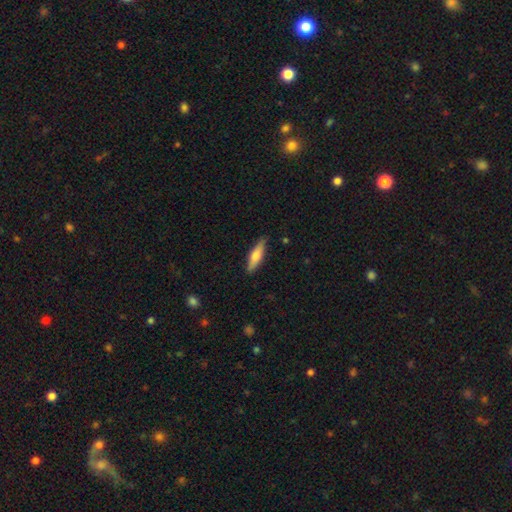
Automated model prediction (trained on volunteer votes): The model was most divided on "smooth or featured": smooth: 61%, featured or disk: 33%, star or artifact: 6%. More confident: merging — none (85%); how rounded — cigar-shaped (64%).